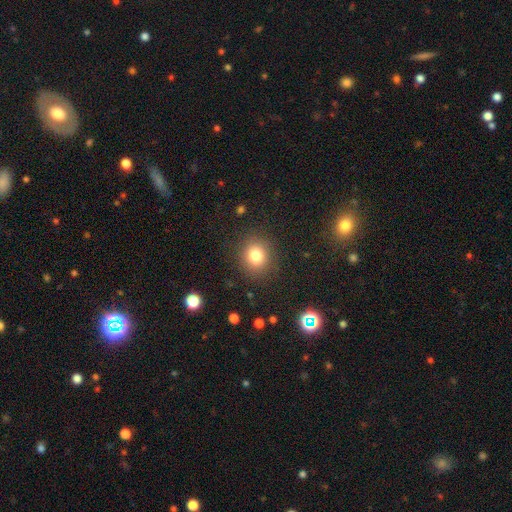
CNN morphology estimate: type=smooth (81%); roundness=round (81%); merging=none (88%).